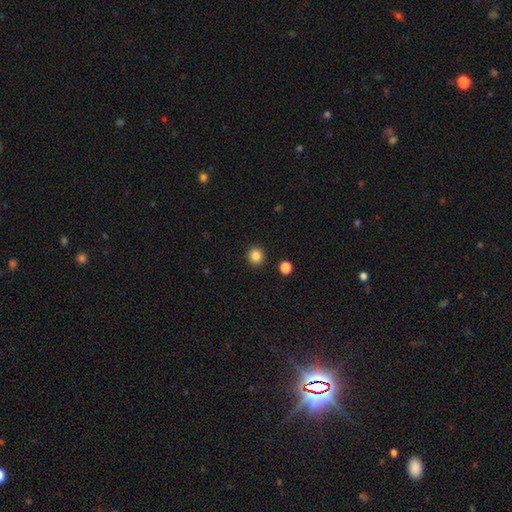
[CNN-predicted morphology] A smooth galaxy with no disk features (86%) that is round (91%). Merging: none (91%).